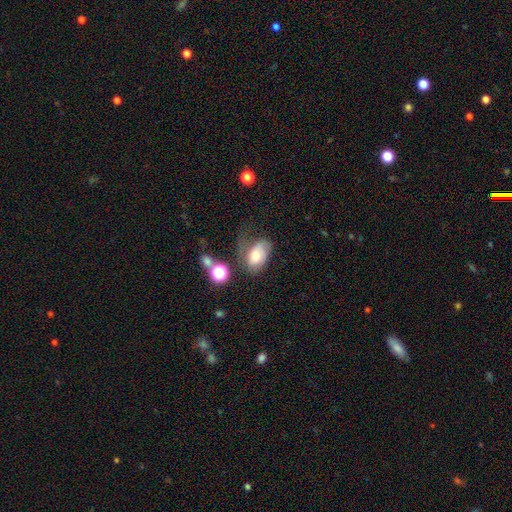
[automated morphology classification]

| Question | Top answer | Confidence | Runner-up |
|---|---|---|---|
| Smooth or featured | smooth | 60% | featured or disk (29%) |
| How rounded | in between | 84% | round (15%) |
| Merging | major disturbance | 33% | minor disturbance (31%) |